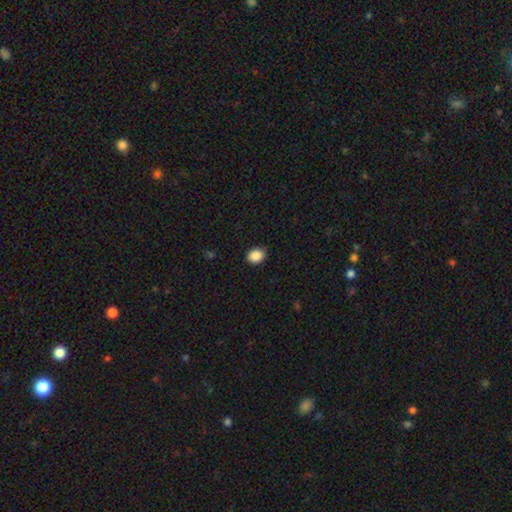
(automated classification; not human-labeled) smooth_or_featured: smooth (p=0.88) [alt: star or artifact p=0.08]
how_rounded: in between (p=0.59) [alt: round p=0.40]
merging: none (p=0.80) [alt: minor disturbance p=0.16]